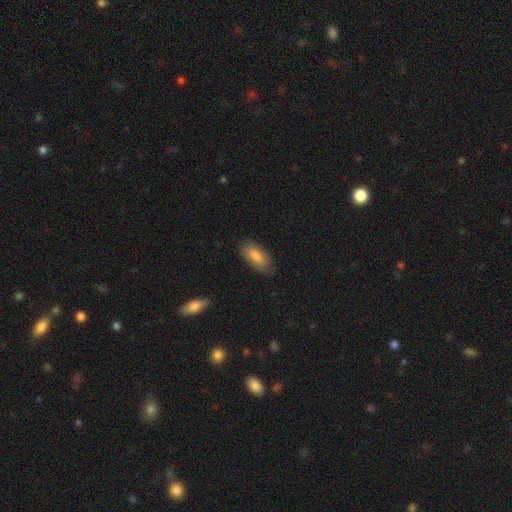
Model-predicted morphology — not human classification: Smooth or featured: smooth — 78% (featured or disk — 16%)
How rounded: in between — 88% (cigar-shaped — 10%)
Merging: none — 80% (minor disturbance — 16%)